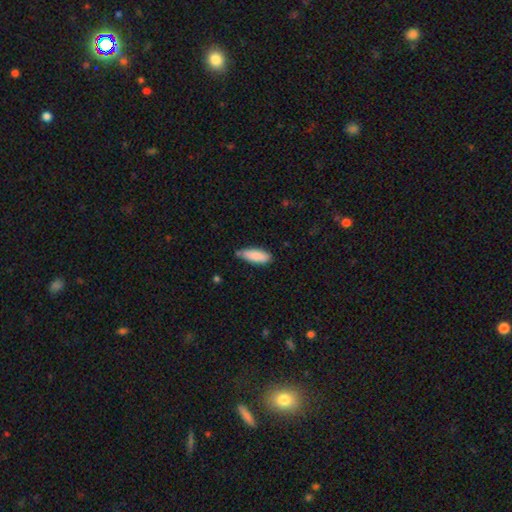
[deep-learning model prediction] The model was most divided on "how rounded": in between: 69%, cigar-shaped: 30%, round: 2%. More confident: smooth or featured — smooth (86%); merging — none (68%).